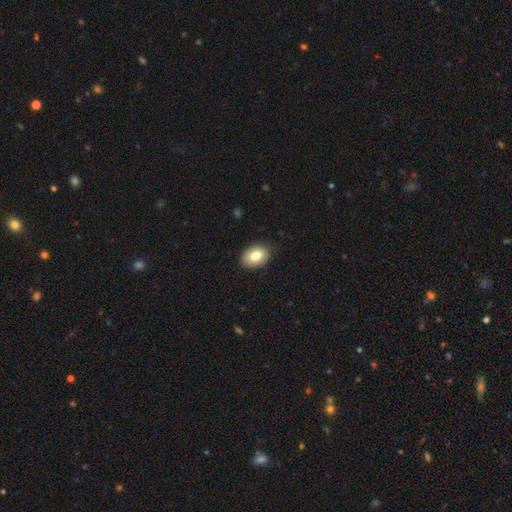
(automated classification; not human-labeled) Smooth or featured? smooth (80%)
How rounded? in between (82%)
Merging? none (85%)